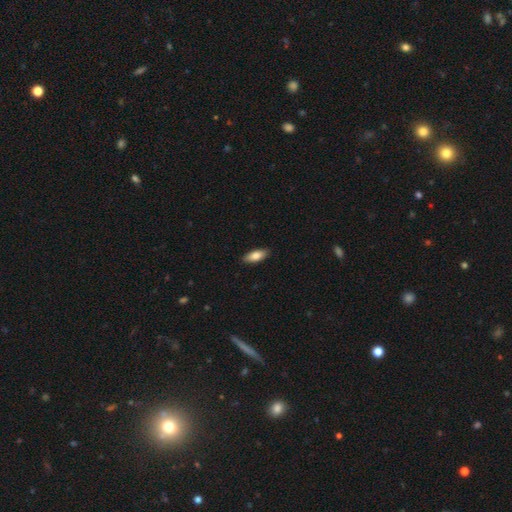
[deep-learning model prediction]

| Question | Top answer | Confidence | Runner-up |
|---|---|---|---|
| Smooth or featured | smooth | 83% | featured or disk (11%) |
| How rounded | in between | 79% | cigar-shaped (19%) |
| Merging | none | 89% | minor disturbance (8%) |